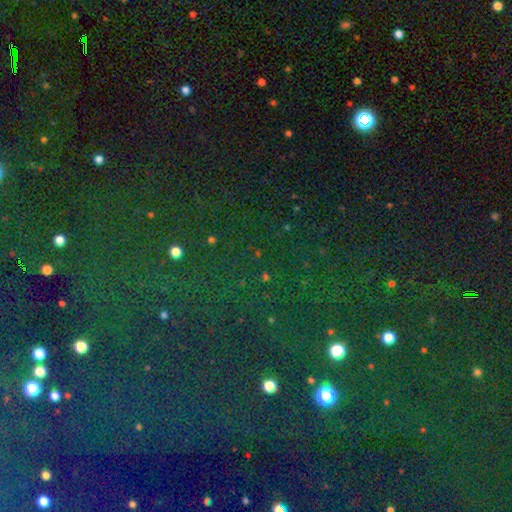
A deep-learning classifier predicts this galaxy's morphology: A star or artifact, not a galaxy (82%).